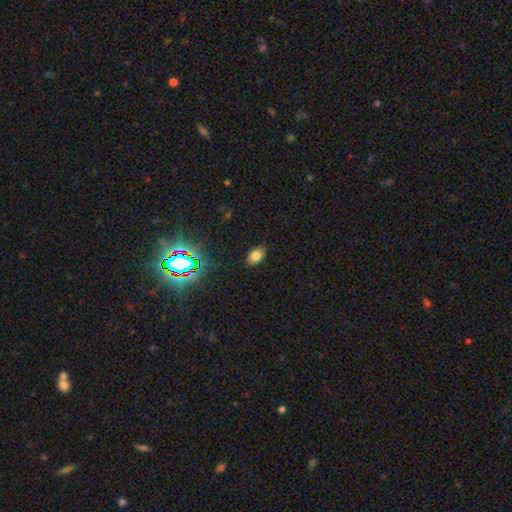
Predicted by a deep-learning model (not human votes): This appears to be a smooth galaxy with no disk features (76%) that is in between round and cigar-shaped (86%). Merging: none (87%).